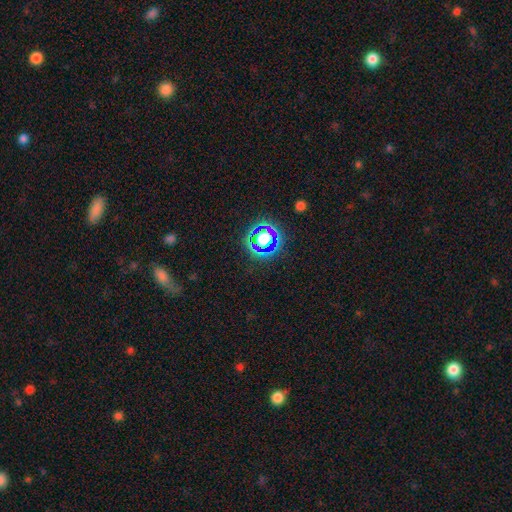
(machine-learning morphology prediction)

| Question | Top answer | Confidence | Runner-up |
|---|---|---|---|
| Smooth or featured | star or artifact | 73% | smooth (18%) |